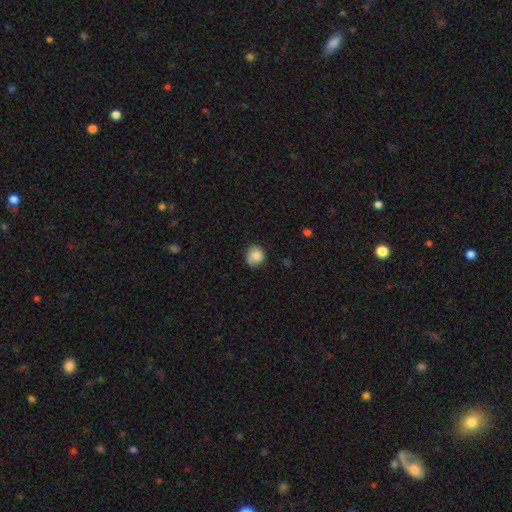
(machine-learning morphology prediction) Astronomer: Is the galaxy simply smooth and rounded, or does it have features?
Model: smooth — 85%.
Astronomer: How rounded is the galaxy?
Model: round — 78%.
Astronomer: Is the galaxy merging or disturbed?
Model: none — 69%.